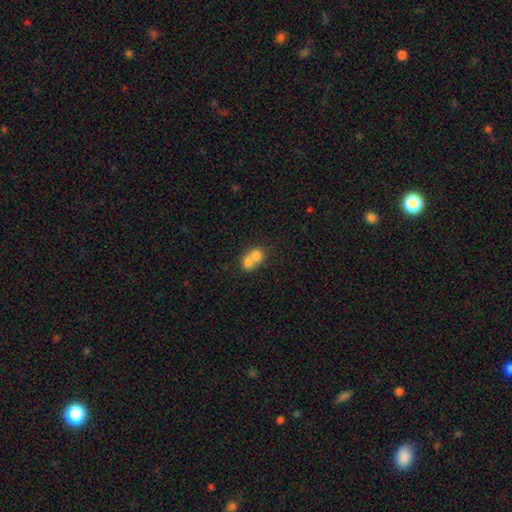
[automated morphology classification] smooth 71%, featured or disk 19%, star or artifact 9%. Down the decision tree: how rounded — round (66%); merging — merger (73%).